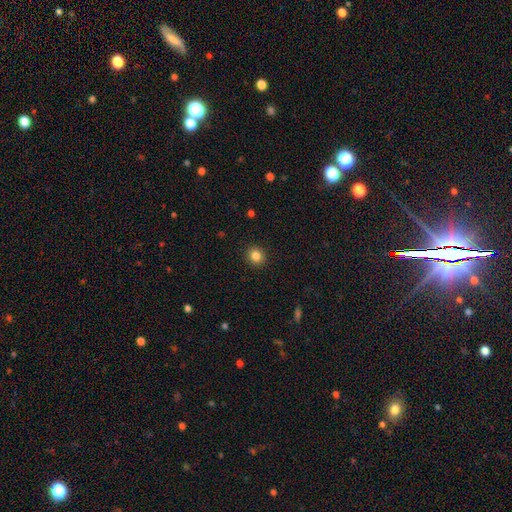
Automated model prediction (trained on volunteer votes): The model was most divided on "how rounded": round: 86%, in between: 13%, cigar-shaped: 1%. More confident: merging — none (92%); smooth or featured — smooth (84%).